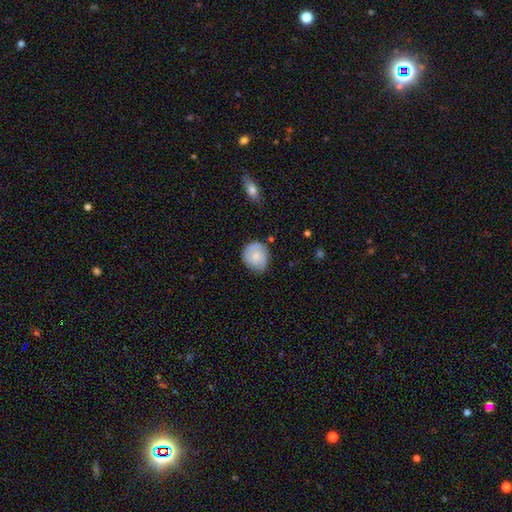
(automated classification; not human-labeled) smooth-or-featured: smooth: 57% | featured or disk: 36% | star or artifact: 7%
  how-rounded: round: 78% | in between: 21% | cigar-shaped: 1%
  merging: none: 70% | minor disturbance: 23% | major disturbance: 5% | merger: 2%